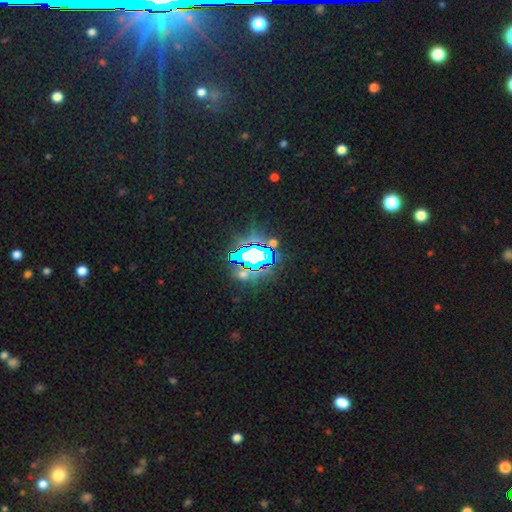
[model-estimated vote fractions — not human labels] star or artifact 71%, smooth 17%, featured or disk 13%.